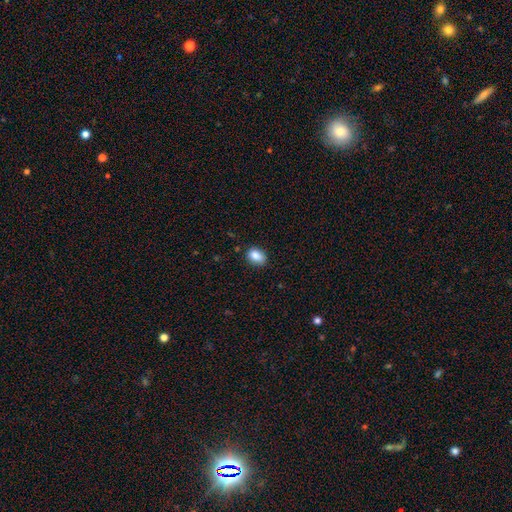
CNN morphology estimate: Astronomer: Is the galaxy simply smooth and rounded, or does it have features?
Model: smooth — 87%.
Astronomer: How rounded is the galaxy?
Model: in between — 75%.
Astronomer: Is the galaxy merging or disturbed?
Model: none — 82%.